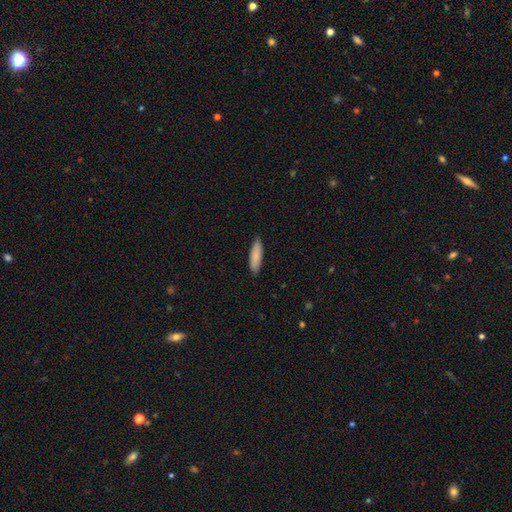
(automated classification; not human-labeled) This is clearly a smooth galaxy (86%). How rounded: likely cigar-shaped (60%). Merging: clearly none (87%).